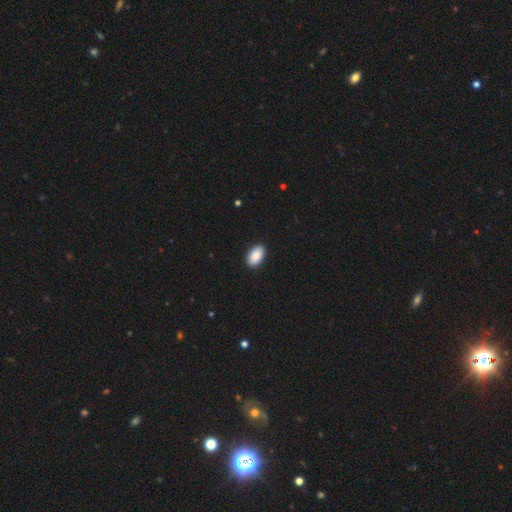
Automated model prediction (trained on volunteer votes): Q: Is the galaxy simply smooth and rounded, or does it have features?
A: smooth — 90%.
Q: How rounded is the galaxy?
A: in between — 94%.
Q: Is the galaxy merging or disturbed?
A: none — 91%.